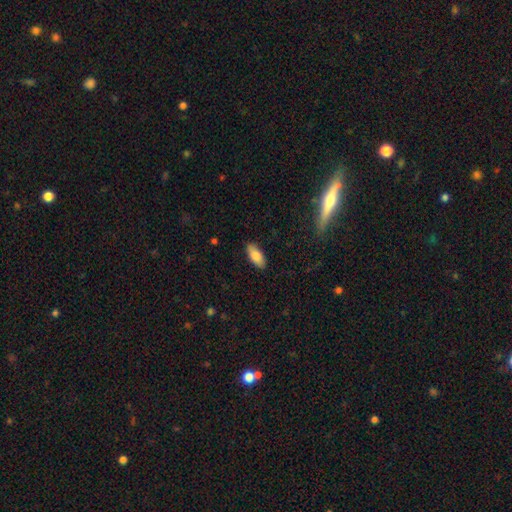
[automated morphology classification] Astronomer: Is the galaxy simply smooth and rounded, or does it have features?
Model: smooth — 82%.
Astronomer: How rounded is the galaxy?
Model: in between — 86%.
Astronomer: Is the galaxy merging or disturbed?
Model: none — 88%.